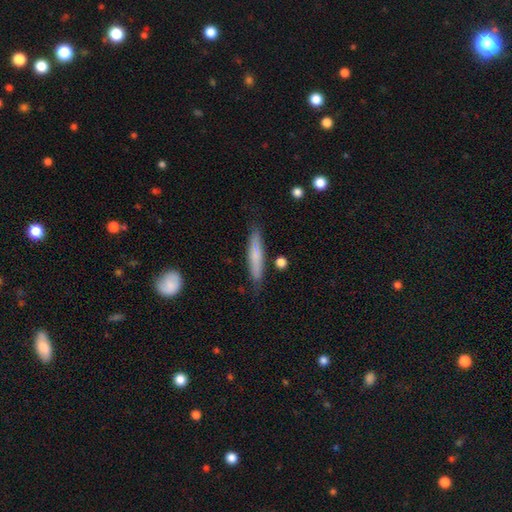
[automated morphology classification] The model was most divided on "smooth or featured": smooth: 68%, featured or disk: 27%, star or artifact: 6%. More confident: how rounded — cigar-shaped (90%); merging — none (82%).